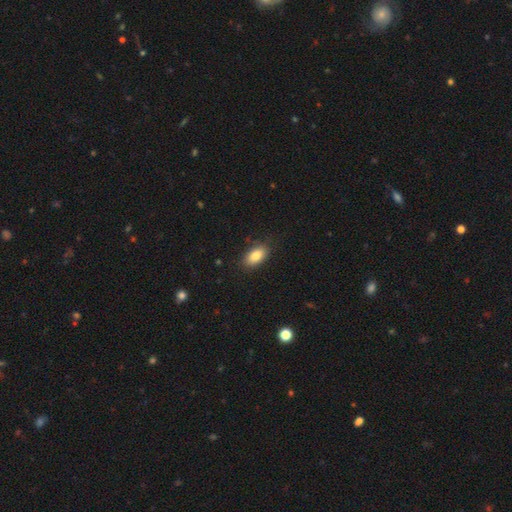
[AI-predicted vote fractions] Q: Smooth or featured?
A: smooth (85%); runner-up: featured or disk (8%)
Q: How rounded?
A: in between (92%); runner-up: round (5%)
Q: Merging?
A: none (86%); runner-up: minor disturbance (11%)